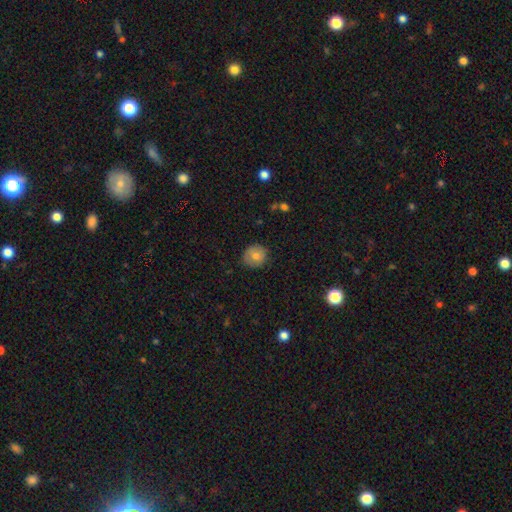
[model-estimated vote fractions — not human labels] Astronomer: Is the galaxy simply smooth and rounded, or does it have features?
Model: smooth — 74%.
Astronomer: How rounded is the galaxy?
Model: round — 89%.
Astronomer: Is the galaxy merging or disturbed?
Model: none — 84%.